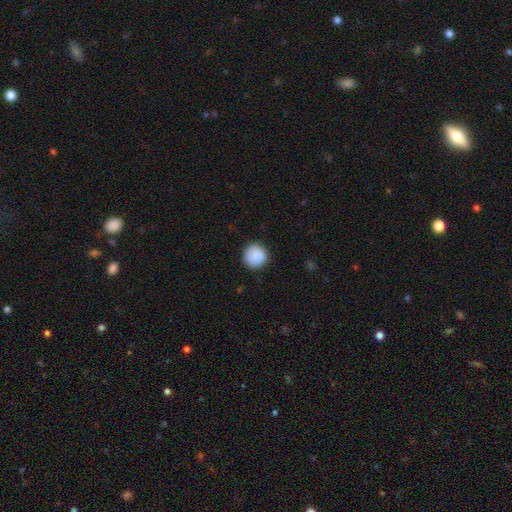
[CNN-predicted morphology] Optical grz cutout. It shows a smooth galaxy with no disk features (89%) that is round (93%). Merging: none (89%).